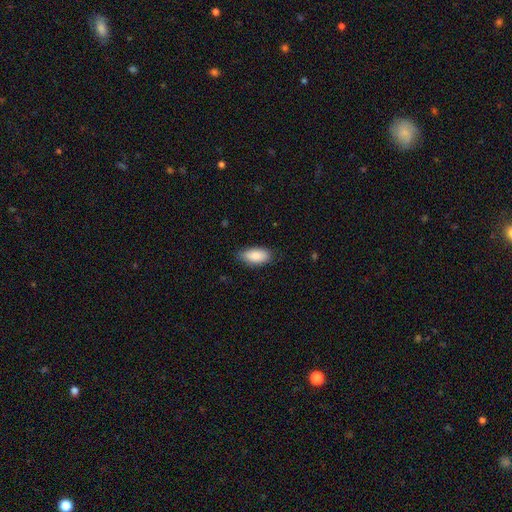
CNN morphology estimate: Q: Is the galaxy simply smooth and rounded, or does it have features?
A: smooth — 88%.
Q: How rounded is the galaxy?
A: in between — 91%.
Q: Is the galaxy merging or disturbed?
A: none — 78%.